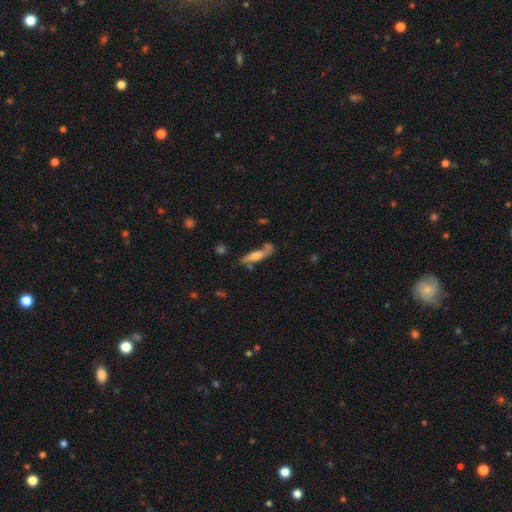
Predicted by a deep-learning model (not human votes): Smooth or featured: smooth — 50% (featured or disk — 43%)
How rounded: cigar-shaped — 74% (in between — 23%)
Merging: none — 60% (minor disturbance — 19%)